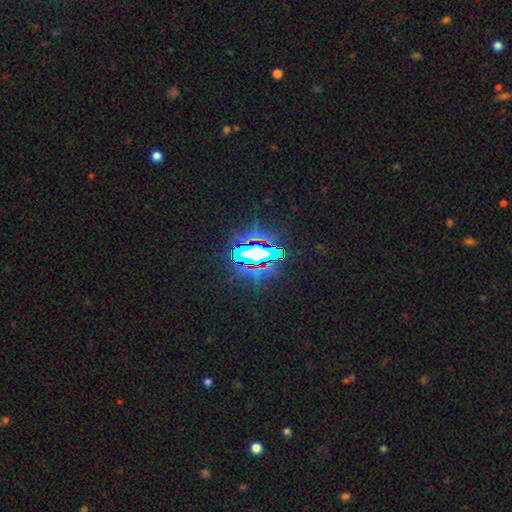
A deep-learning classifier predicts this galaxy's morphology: smooth-or-featured: star or artifact: 70% | smooth: 16% | featured or disk: 14%